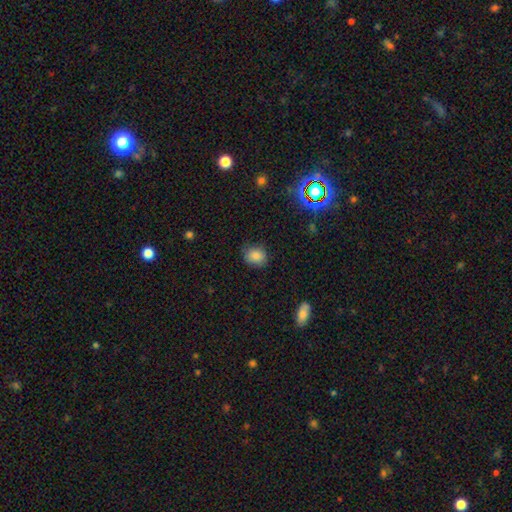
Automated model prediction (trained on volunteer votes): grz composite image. It shows a smooth galaxy with no disk features (85%) that is round (57%). Merging: none (75%).